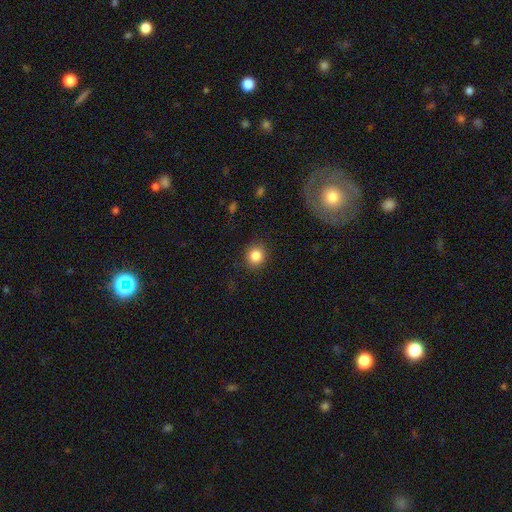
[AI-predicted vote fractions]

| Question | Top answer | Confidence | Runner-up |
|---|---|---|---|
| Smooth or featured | smooth | 85% | star or artifact (10%) |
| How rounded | round | 86% | in between (13%) |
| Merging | none | 89% | minor disturbance (8%) |